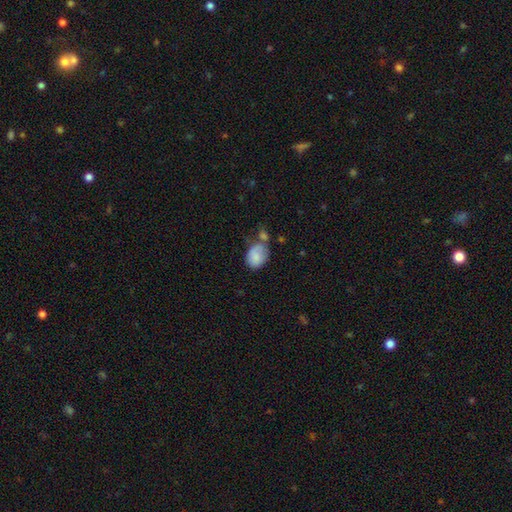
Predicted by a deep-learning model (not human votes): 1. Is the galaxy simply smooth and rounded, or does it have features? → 82% smooth, 11% featured or disk, 7% star or artifact.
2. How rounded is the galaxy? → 74% in between, 25% round, 1% cigar-shaped.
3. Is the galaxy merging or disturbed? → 35% none, 28% merger, 25% minor disturbance, 12% major disturbance.